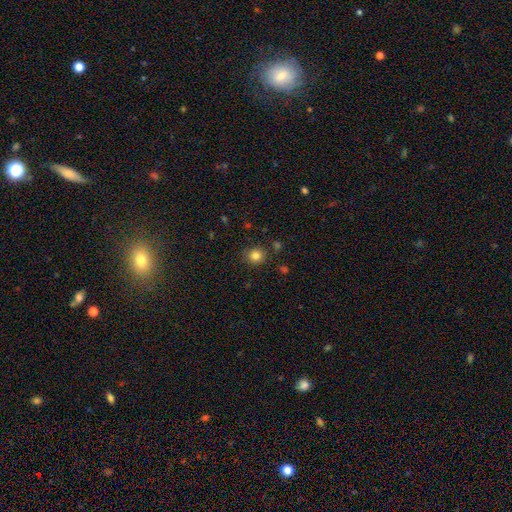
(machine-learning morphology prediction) smooth_or_featured: smooth (p=0.82) [alt: star or artifact p=0.12]
how_rounded: round (p=0.82) [alt: in between p=0.17]
merging: none (p=0.85) [alt: minor disturbance p=0.10]